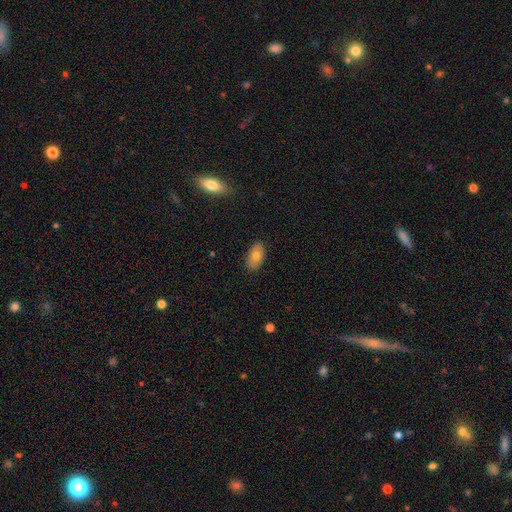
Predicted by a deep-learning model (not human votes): Morphology: type=smooth (75%); roundness=in between (93%); merging=none (87%).